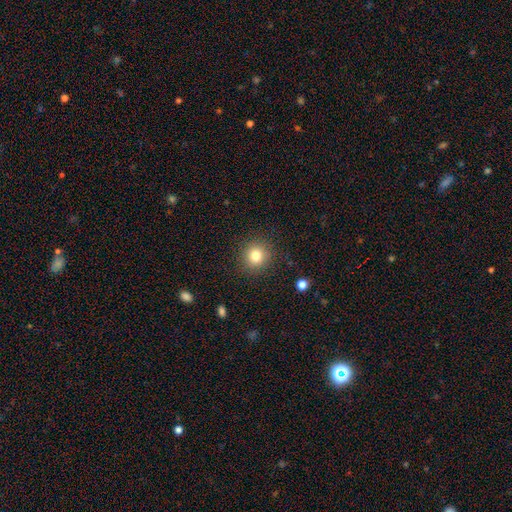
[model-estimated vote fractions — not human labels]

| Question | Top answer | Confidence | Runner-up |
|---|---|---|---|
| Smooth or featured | smooth | 81% | star or artifact (12%) |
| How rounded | round | 92% | in between (7%) |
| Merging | none | 89% | minor disturbance (7%) |